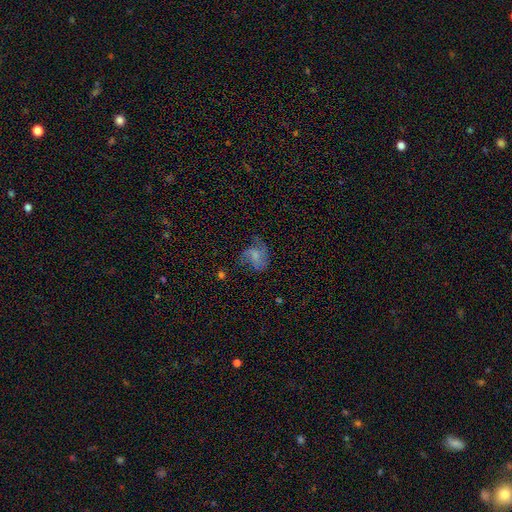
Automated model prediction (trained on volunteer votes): smooth-or-featured: featured or disk: 54% | smooth: 34% | star or artifact: 11%
  disk-edge-on: no: 98% | yes: 2%
    bar: no: 62% | weak: 33% | strong: 5%
    has-spiral-arms: yes: 81% | no: 19%
    bulge-size: small: 38% | none: 29% | moderate: 26% | large: 4% | dominant: 2%
  merging: none: 44% | major disturbance: 30% | minor disturbance: 24% | merger: 3%